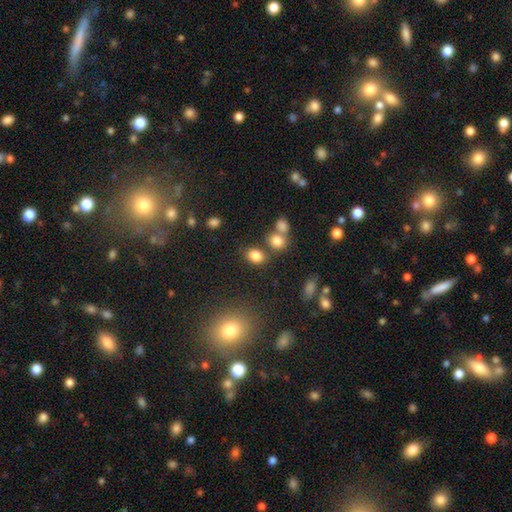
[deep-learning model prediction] Overall: smooth (81%). How rounded: in between (57%; round 42%). Merging: none (66%).